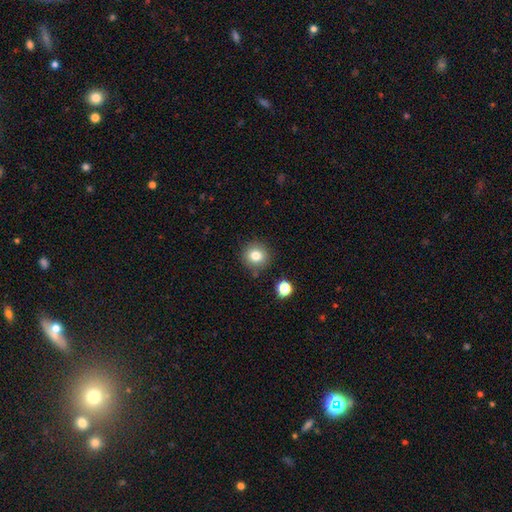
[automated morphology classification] Smooth or featured: smooth — 80% (star or artifact — 11%)
How rounded: round — 92% (in between — 7%)
Merging: none — 86% (minor disturbance — 8%)